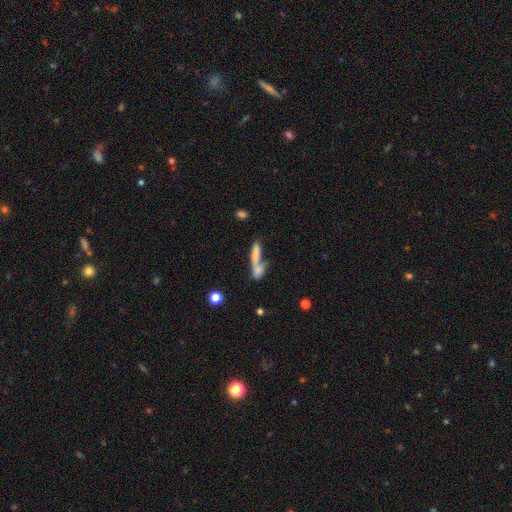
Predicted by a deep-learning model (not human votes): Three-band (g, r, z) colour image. It shows a smooth galaxy with no disk features (69%) that is cigar-shaped (66%). Merging: merger (57%).